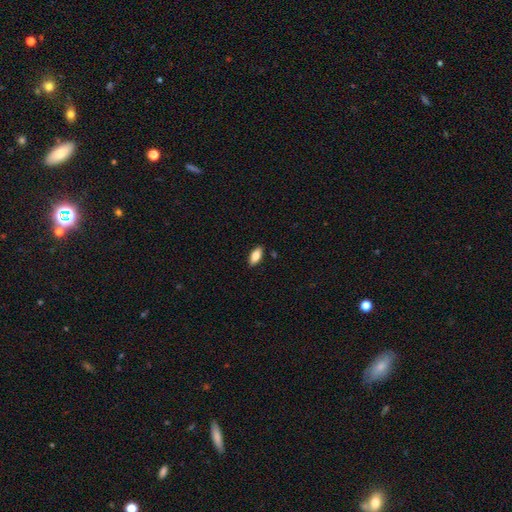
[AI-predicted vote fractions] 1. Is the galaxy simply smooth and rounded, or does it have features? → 80% smooth, 13% featured or disk, 7% star or artifact.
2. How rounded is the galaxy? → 86% in between, 12% cigar-shaped, 2% round.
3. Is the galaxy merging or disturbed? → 88% none, 9% minor disturbance, 2% major disturbance, 1% merger.